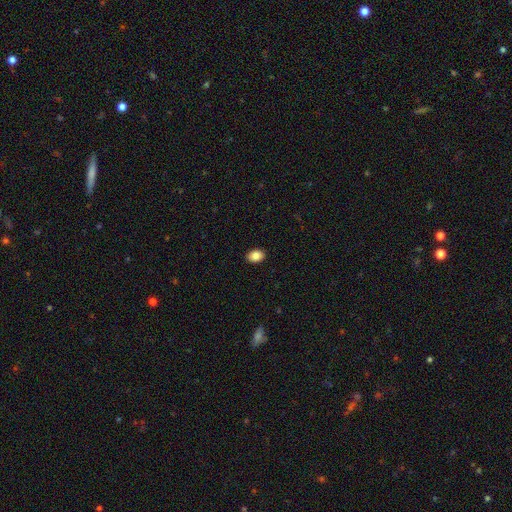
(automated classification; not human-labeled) Smooth or featured? Predicted: smooth (p=0.87). How rounded? Predicted: in between (p=0.77). Merging? Predicted: none (p=0.91).